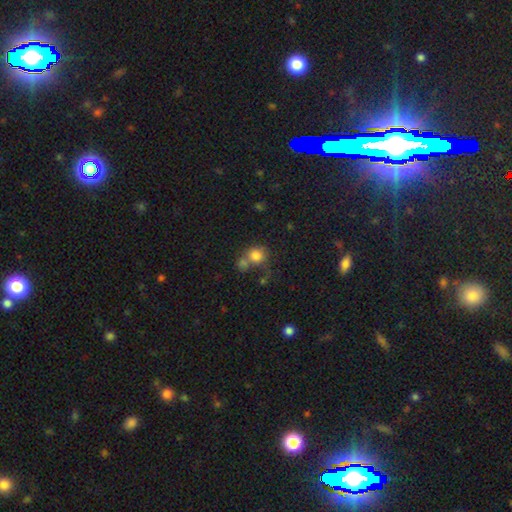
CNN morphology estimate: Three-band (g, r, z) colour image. It shows a smooth galaxy with no disk features (80%) that is round (80%). Merging: none (42%).